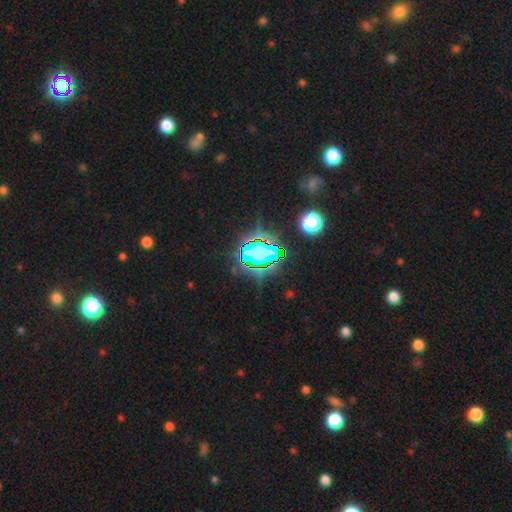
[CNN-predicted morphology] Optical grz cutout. It shows a star or artifact, not a galaxy (66%).